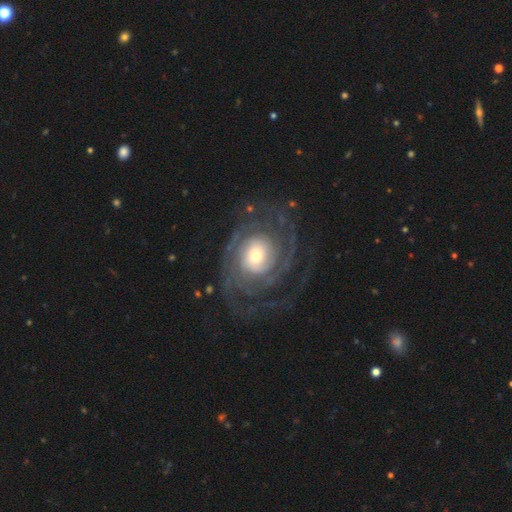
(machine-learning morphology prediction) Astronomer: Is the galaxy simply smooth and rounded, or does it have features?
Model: featured or disk — 89%.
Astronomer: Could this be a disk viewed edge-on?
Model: no — 97%.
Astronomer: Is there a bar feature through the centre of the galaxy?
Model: no — 69%.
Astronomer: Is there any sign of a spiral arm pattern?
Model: yes — 96%.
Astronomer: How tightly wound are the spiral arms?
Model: tight — 66%.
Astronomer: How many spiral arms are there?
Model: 2 — 31% (runner-up: can't tell, 24%).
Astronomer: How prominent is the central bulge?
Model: moderate — 50% (runner-up: small, 26%).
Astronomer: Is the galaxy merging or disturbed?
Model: none — 69%.